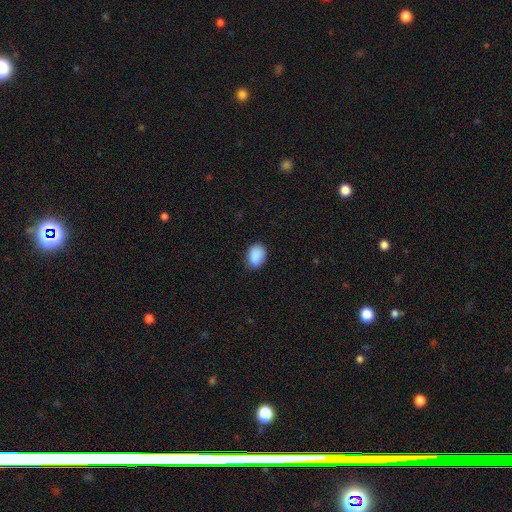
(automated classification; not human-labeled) Q: Smooth or featured?
A: smooth (89%); runner-up: star or artifact (8%)
Q: How rounded?
A: in between (75%); runner-up: round (24%)
Q: Merging?
A: none (80%); runner-up: minor disturbance (16%)